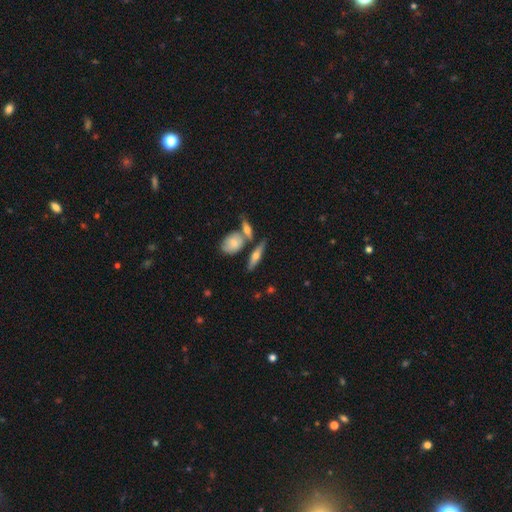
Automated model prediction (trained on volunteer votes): Morphology: type=featured or disk (50%); edge-on=yes (89%); merging=none (64%).